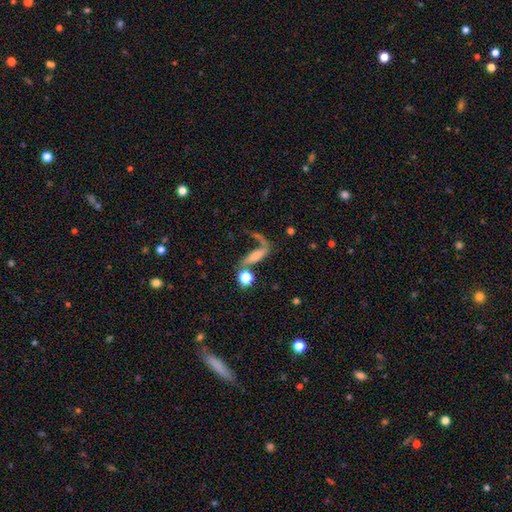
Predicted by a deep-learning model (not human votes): Smooth or featured? smooth (50%)
How rounded? cigar-shaped (50%)
Merging? none (34%)